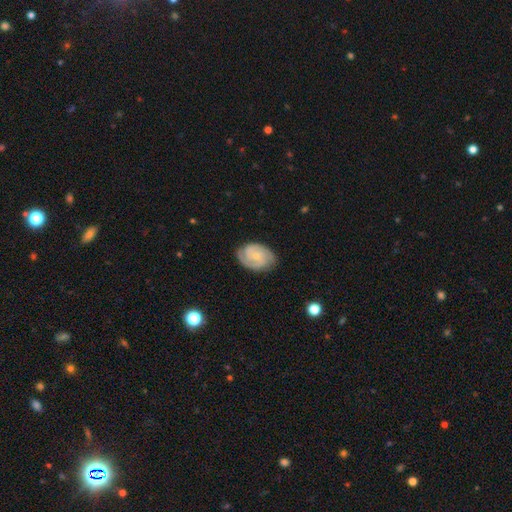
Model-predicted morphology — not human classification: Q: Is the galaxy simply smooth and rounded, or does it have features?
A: featured or disk — 77%.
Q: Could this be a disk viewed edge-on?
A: no — 97%.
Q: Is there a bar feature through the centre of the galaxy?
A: no — 70%.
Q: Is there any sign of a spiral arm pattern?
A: yes — 95%.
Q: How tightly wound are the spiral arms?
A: tight — 62%.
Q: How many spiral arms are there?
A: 2 — 53%.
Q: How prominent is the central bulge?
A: small — 69%.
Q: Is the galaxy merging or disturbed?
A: none — 76%.